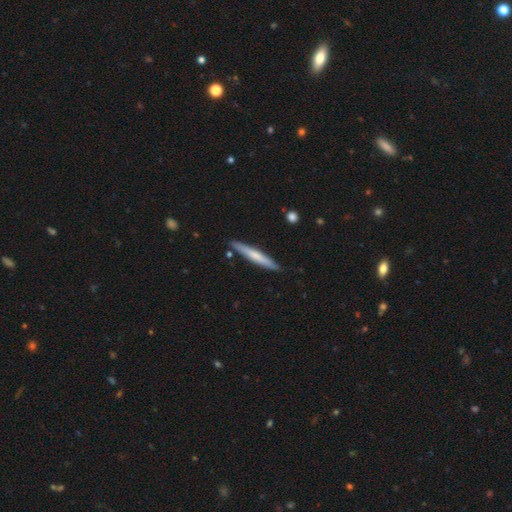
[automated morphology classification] type=smooth (59%); roundness=cigar-shaped (95%); merging=none (88%).